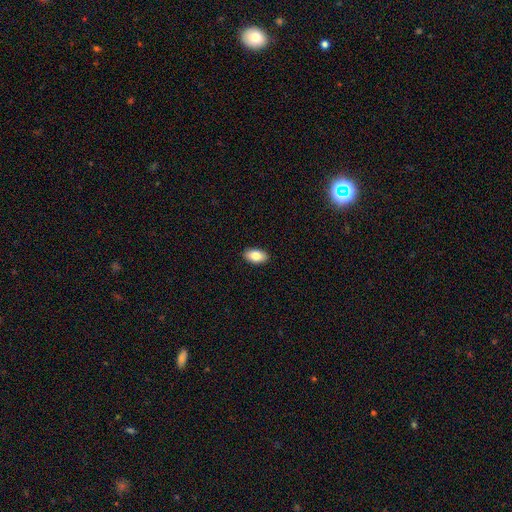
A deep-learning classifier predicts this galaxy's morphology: Smooth or featured? Predicted: smooth (p=0.84). How rounded? Predicted: in between (p=0.94). Merging? Predicted: none (p=0.91).